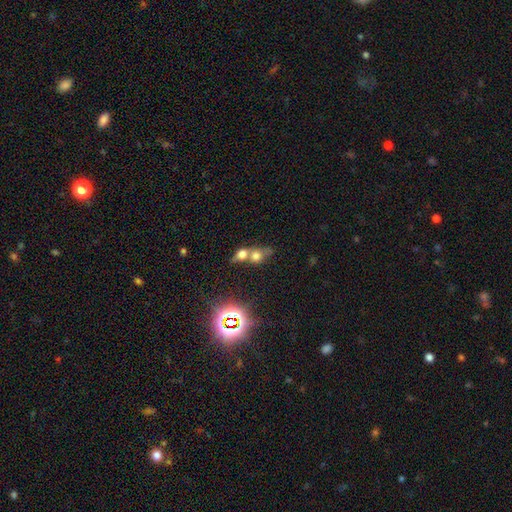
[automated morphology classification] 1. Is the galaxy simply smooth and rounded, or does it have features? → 63% smooth, 19% featured or disk, 18% star or artifact.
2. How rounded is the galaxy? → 64% round, 33% in between, 4% cigar-shaped.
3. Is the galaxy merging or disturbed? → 66% merger, 23% none, 7% minor disturbance, 5% major disturbance.